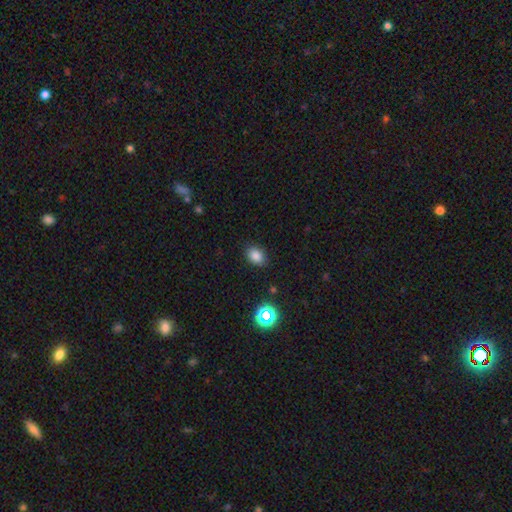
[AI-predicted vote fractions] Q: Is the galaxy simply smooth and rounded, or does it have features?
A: smooth — 82%.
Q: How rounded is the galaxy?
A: in between — 75%.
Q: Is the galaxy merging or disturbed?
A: none — 87%.